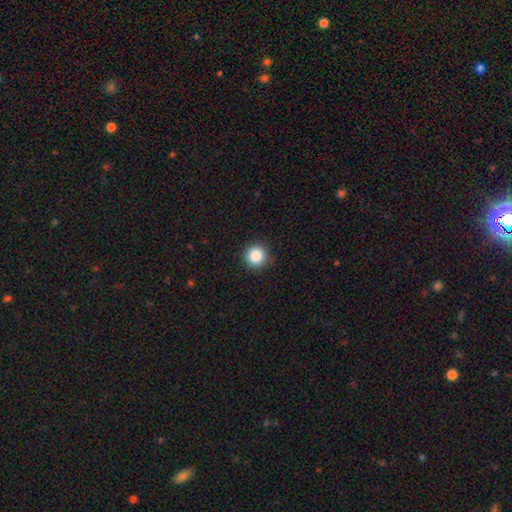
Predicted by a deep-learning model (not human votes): Smooth or featured?
  - smooth: 87% *
  - star or artifact: 10%
  - featured or disk: 3%
How rounded?
  - round: 95% *
  - in between: 4%
  - cigar-shaped: 1%
Merging?
  - none: 90% *
  - minor disturbance: 7%
  - major disturbance: 2%
  - merger: 1%